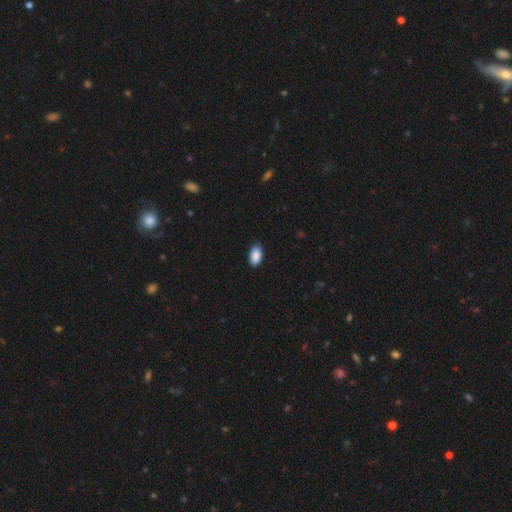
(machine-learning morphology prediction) Smooth or featured?
  - smooth: 89% *
  - star or artifact: 7%
  - featured or disk: 4%
How rounded?
  - in between: 94% *
  - round: 4%
  - cigar-shaped: 2%
Merging?
  - none: 86% *
  - minor disturbance: 12%
  - major disturbance: 2%
  - merger: 1%